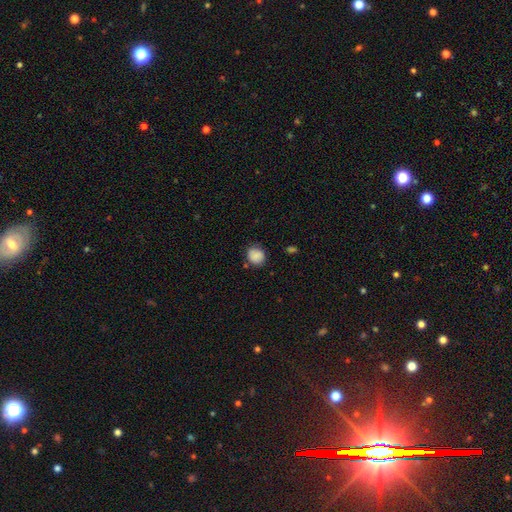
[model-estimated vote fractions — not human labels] Smooth or featured?
  - smooth: 87% *
  - star or artifact: 8%
  - featured or disk: 5%
How rounded?
  - round: 78% *
  - in between: 22%
  - cigar-shaped: 1%
Merging?
  - none: 78% *
  - minor disturbance: 15%
  - major disturbance: 4%
  - merger: 3%